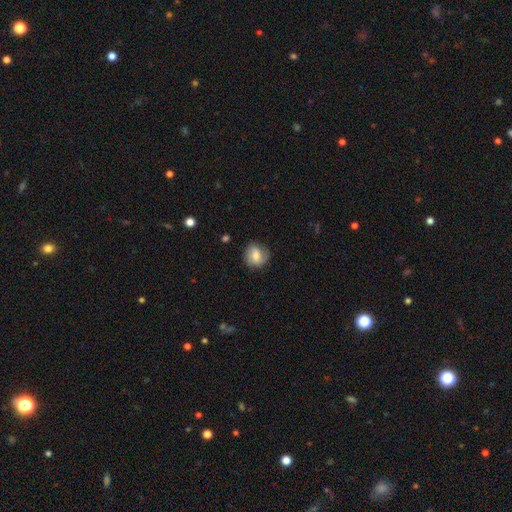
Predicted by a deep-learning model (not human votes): smooth_or_featured: smooth (p=0.68) [alt: featured or disk p=0.24]
how_rounded: round (p=0.77) [alt: in between p=0.22]
merging: none (p=0.72) [alt: minor disturbance p=0.21]